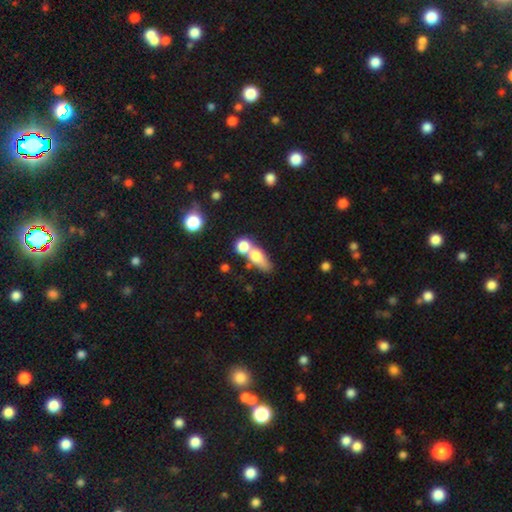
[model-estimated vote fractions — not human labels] Q: Smooth or featured?
A: smooth (69%); runner-up: featured or disk (21%)
Q: How rounded?
A: in between (53%); runner-up: round (30%)
Q: Merging?
A: merger (59%); runner-up: none (26%)